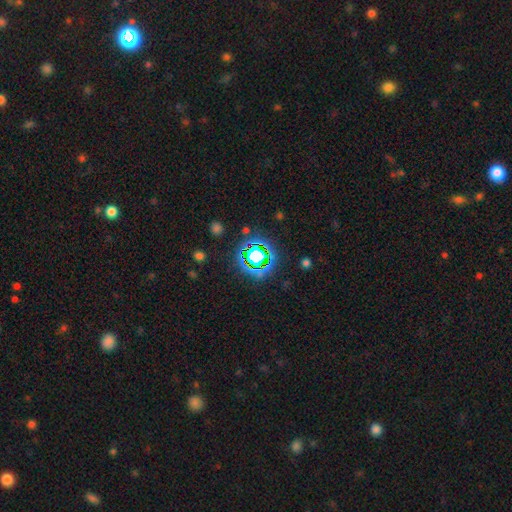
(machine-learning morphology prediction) smooth_or_featured: star or artifact (p=0.67) [alt: smooth p=0.21]